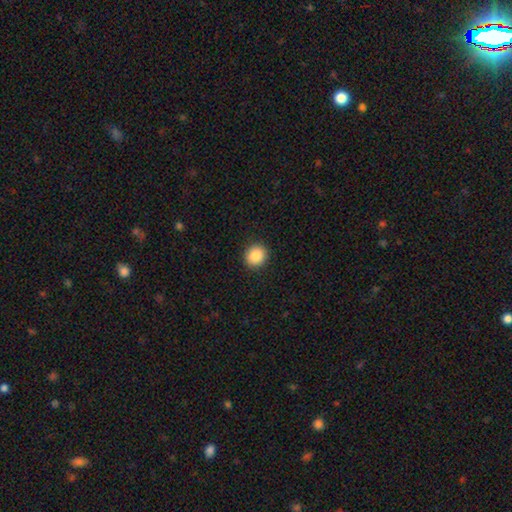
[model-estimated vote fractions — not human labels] The model was most divided on "how rounded": round: 87%, in between: 12%, cigar-shaped: 1%. More confident: merging — none (92%); smooth or featured — smooth (88%).